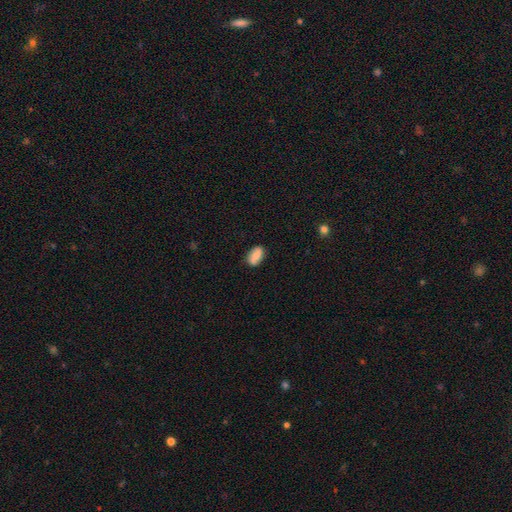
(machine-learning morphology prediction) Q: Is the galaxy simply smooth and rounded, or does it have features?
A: smooth — 80%.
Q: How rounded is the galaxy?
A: in between — 89%.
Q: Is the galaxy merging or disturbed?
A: none — 77%.